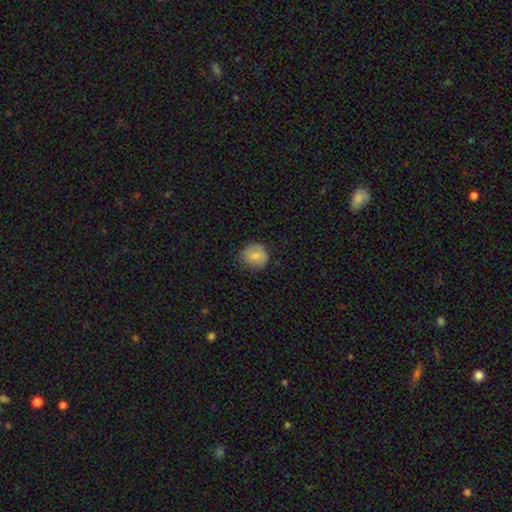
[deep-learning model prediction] smooth 80%, featured or disk 11%, star or artifact 8%. Down the decision tree: how rounded — round (83%); merging — none (76%).